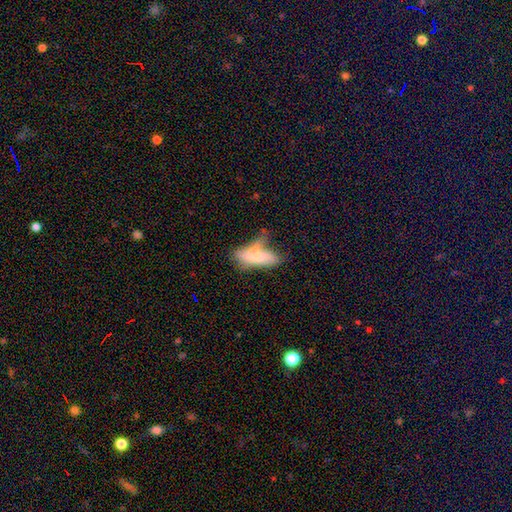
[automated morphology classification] The model was most divided on "merging": none: 29%, minor disturbance: 26%, major disturbance: 23%, merger: 23%. More confident: smooth or featured — smooth (69%); how rounded — in between (66%).